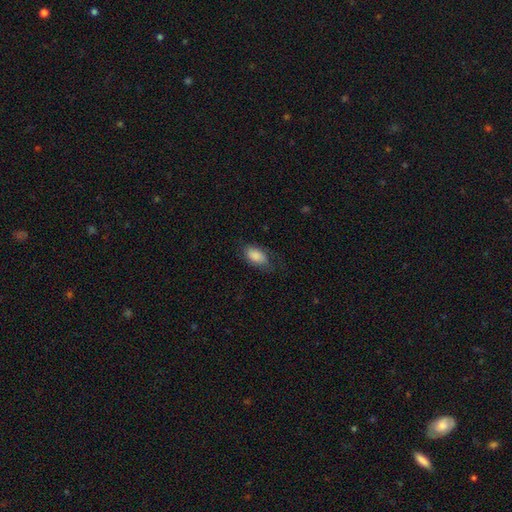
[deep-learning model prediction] smooth 84%, featured or disk 10%, star or artifact 6%. Down the decision tree: how rounded — in between (93%); merging — none (63%).